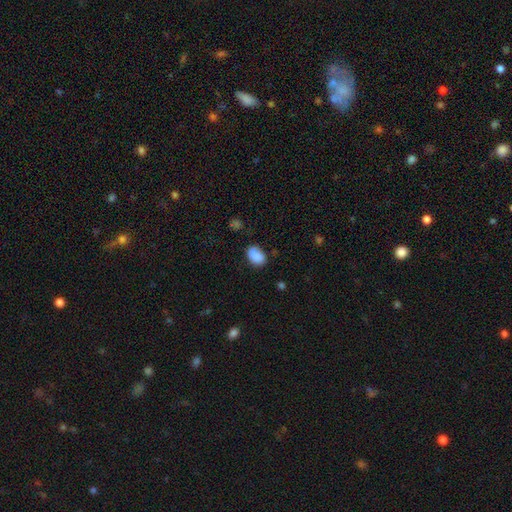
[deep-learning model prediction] smooth 84%, star or artifact 9%, featured or disk 8%. Down the decision tree: how rounded — in between (80%); merging — none (61%).